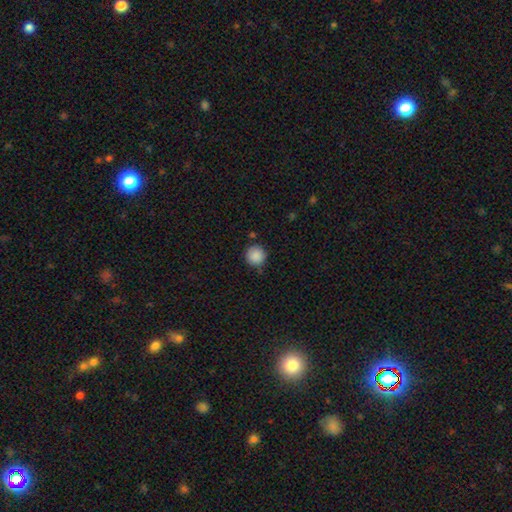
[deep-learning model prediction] The model was most divided on "merging": none: 81%, minor disturbance: 13%, merger: 3%, major disturbance: 3%. More confident: how rounded — round (95%); smooth or featured — smooth (89%).